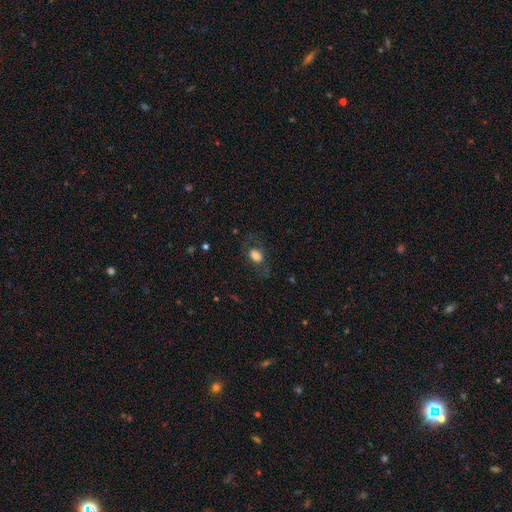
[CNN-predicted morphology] A smooth galaxy with no disk features (71%) that is in between round and cigar-shaped (80%).

Vote fractions:
- Smooth or featured? smooth: 71% / featured or disk: 18% / star or artifact: 11%
- How rounded? in between: 80% / round: 18% / cigar-shaped: 2%
- Merging? none: 64% / minor disturbance: 18% / major disturbance: 16% / merger: 2%